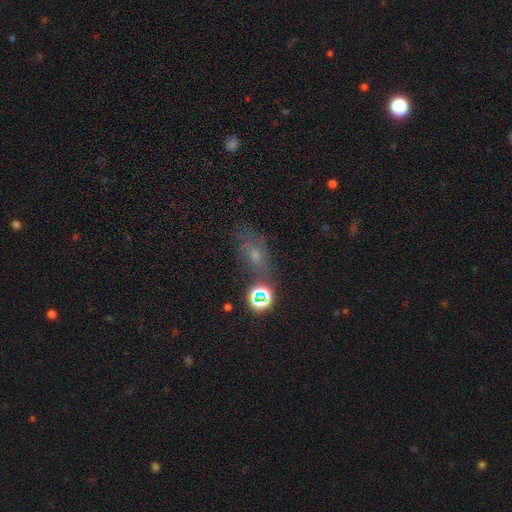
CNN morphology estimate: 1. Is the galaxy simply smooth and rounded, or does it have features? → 43% smooth, 29% star or artifact, 28% featured or disk.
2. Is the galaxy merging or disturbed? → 48% none, 25% minor disturbance, 19% major disturbance, 8% merger.